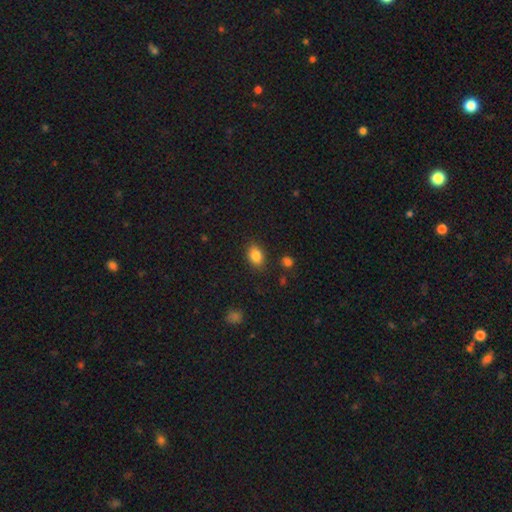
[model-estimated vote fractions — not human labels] Smooth or featured? smooth (85%)
How rounded? in between (79%)
Merging? none (84%)